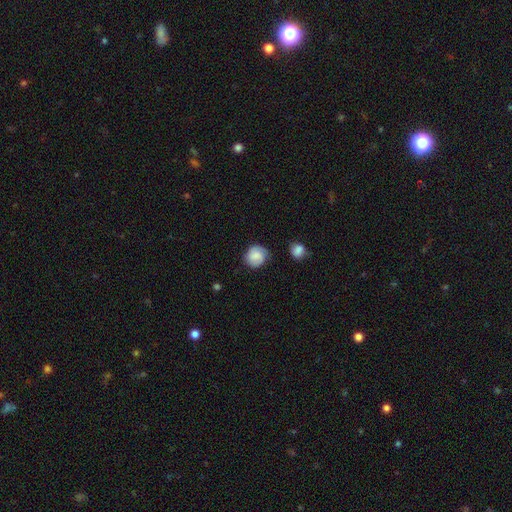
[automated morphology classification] Smooth or featured? smooth (66%)
How rounded? round (82%)
Merging? none (71%)